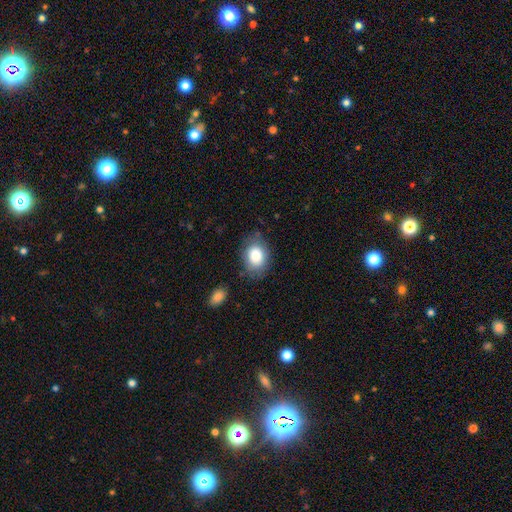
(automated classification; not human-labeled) smooth-or-featured: smooth: 85% | featured or disk: 8% | star or artifact: 7%
  how-rounded: in between: 73% | round: 26% | cigar-shaped: 1%
  merging: none: 75% | minor disturbance: 17% | major disturbance: 5% | merger: 2%